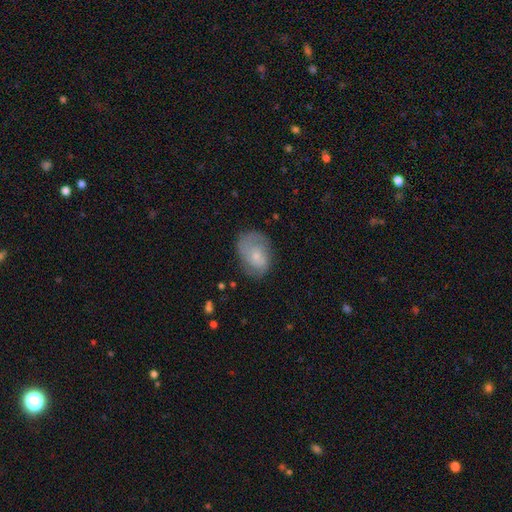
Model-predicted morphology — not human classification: featured or disk 49%, smooth 43%, star or artifact 8%. Down the decision tree: merging — none (60%).